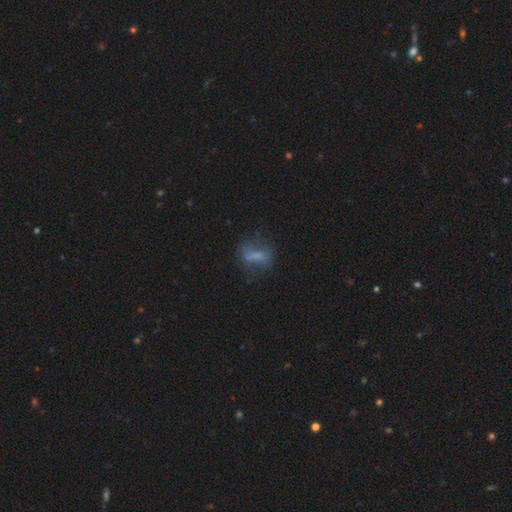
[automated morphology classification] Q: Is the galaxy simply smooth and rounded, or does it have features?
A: smooth — 54%.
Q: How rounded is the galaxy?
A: in between — 58%.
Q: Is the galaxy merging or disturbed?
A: none — 56%.